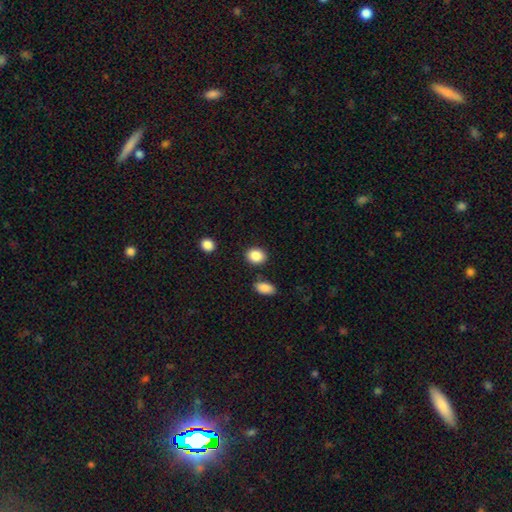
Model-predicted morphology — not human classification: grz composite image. It shows a smooth galaxy with no disk features (88%) that is in between round and cigar-shaped (52%). Merging: none (83%).